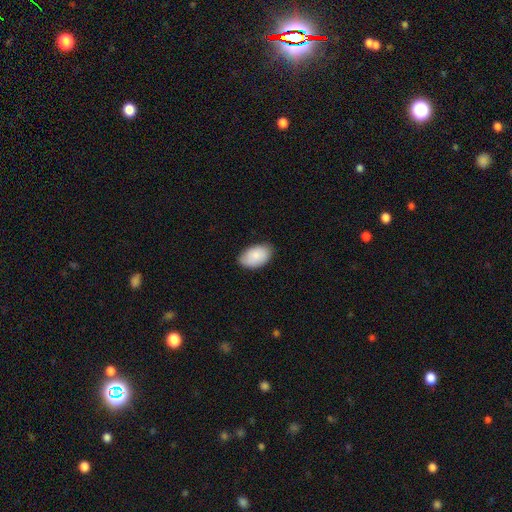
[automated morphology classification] The model was most divided on "merging": none: 82%, minor disturbance: 15%, major disturbance: 2%, merger: 1%. More confident: how rounded — in between (93%); smooth or featured — smooth (86%).